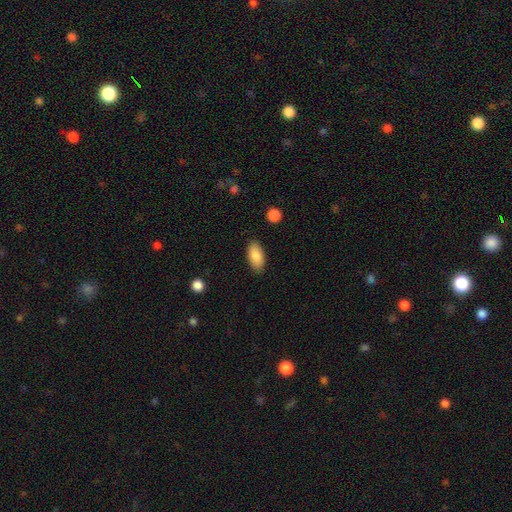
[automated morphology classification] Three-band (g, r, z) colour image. It shows a smooth galaxy with no disk features (88%) that is in between round and cigar-shaped (91%). Merging: none (86%).